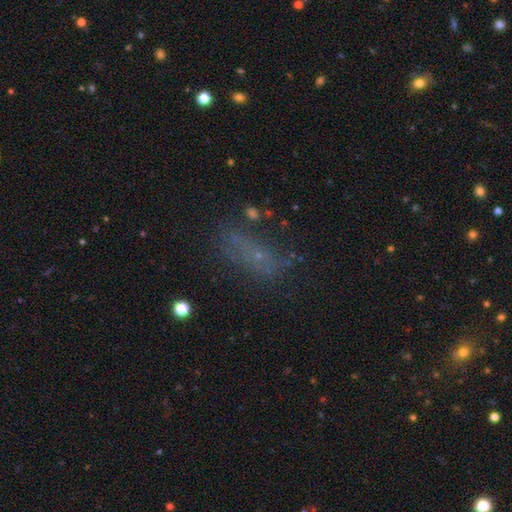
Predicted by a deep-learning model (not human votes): smooth-or-featured: smooth: 42% | featured or disk: 30% | star or artifact: 29%
  merging: none: 46% | major disturbance: 25% | minor disturbance: 23% | merger: 6%